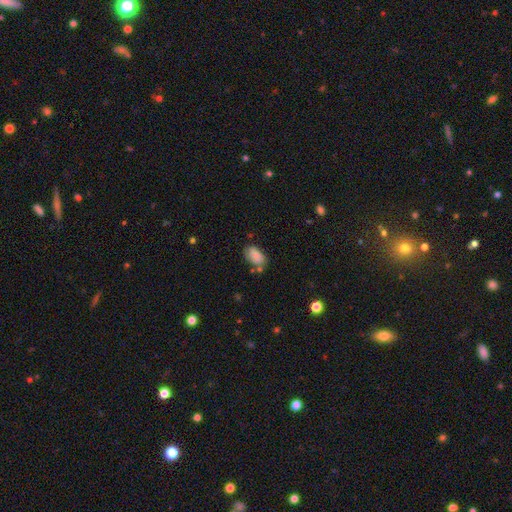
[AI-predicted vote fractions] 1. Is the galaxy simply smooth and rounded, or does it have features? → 84% smooth, 8% star or artifact, 7% featured or disk.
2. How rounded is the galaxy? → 92% in between, 7% round, 2% cigar-shaped.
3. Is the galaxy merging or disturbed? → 62% none, 22% minor disturbance, 9% merger, 6% major disturbance.